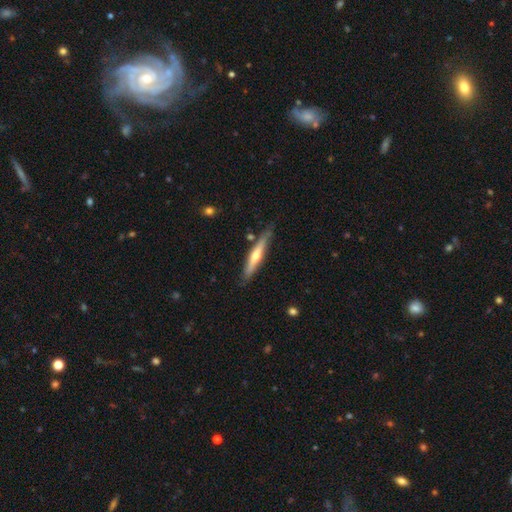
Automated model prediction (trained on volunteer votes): featured or disk 58%, smooth 37%, star or artifact 5%. Down the decision tree: edge-on disk — yes (94%); edge-on bulge — rounded (85%); merging — none (79%).